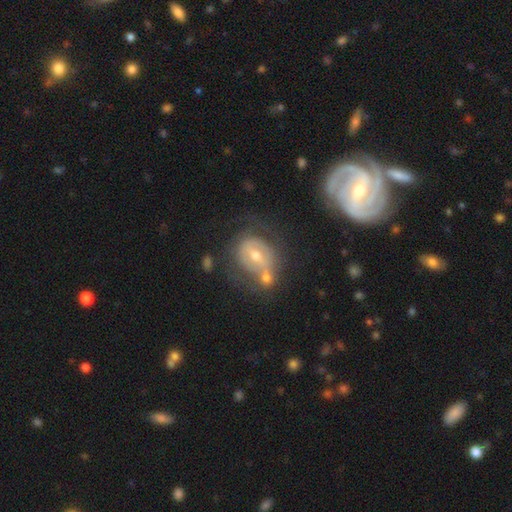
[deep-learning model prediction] smooth_or_featured: featured or disk (p=0.61) [alt: smooth p=0.30]
disk_edge_on: no (p=0.95) [alt: yes p=0.05]
bar: no (p=0.41) [alt: weak p=0.39]
has_spiral_arms: yes (p=0.61) [alt: no p=0.39]
bulge_size: moderate (p=0.62) [alt: small p=0.32]
merging: none (p=0.40) [alt: merger p=0.30]